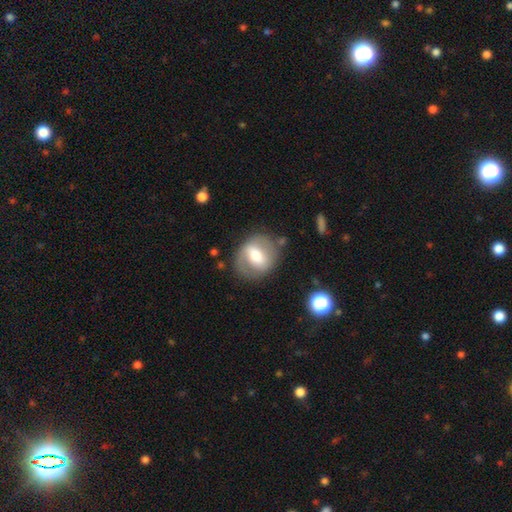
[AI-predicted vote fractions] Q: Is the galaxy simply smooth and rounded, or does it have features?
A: featured or disk — 50%.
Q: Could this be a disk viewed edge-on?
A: no — 93%.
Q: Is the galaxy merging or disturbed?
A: none — 74%.